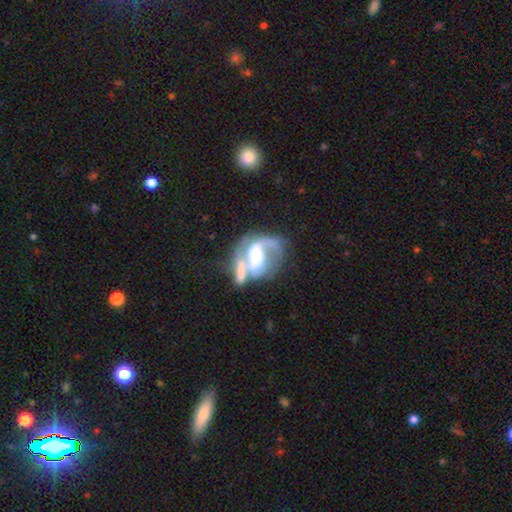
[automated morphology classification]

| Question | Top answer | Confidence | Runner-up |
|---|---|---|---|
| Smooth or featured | featured or disk | 80% | smooth (14%) |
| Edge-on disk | no | 97% | yes (3%) |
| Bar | no | 45% | weak (35%) |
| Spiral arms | yes | 86% | no (14%) |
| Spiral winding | medium | 47% | loose (28%) |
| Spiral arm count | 2 | 71% | 1 (12%) |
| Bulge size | moderate | 54% | small (35%) |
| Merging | merger | 41% | none (27%) |